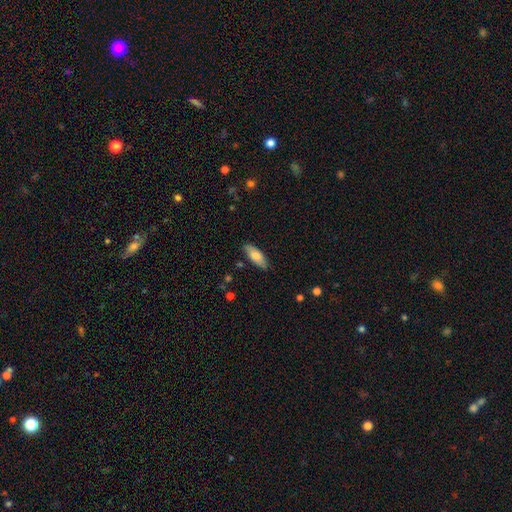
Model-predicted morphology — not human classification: This appears to be a smooth galaxy with no disk features (75%) that is in between round and cigar-shaped (73%). Merging: none (82%).